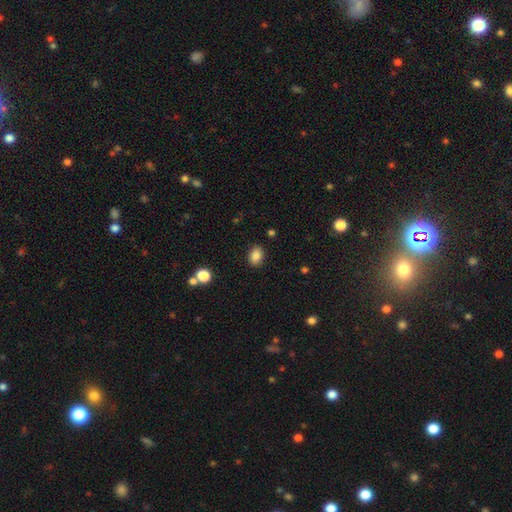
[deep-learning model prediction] This is clearly a smooth galaxy (86%). How rounded: likely in between (74%). Merging: clearly none (88%).